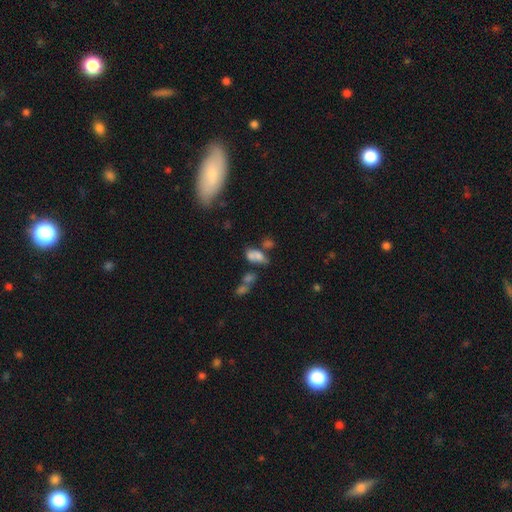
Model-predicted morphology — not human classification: This appears to be a smooth galaxy with no disk features (63%) that is in between round and cigar-shaped (78%). Merging: merger (49%).